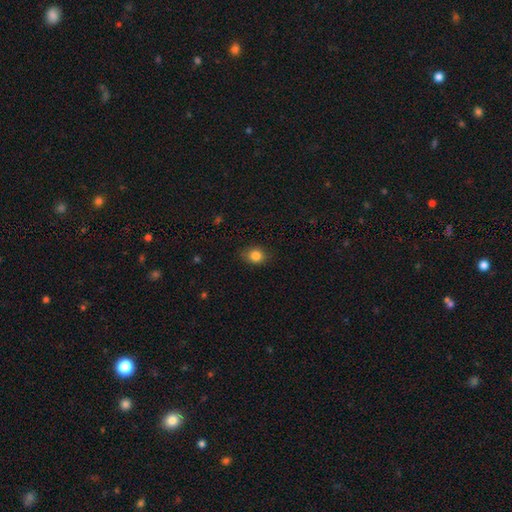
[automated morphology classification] Smooth or featured?
  - smooth: 84% *
  - star or artifact: 10%
  - featured or disk: 6%
How rounded?
  - round: 56% *
  - in between: 43%
  - cigar-shaped: 1%
Merging?
  - none: 81% *
  - minor disturbance: 15%
  - major disturbance: 3%
  - merger: 1%